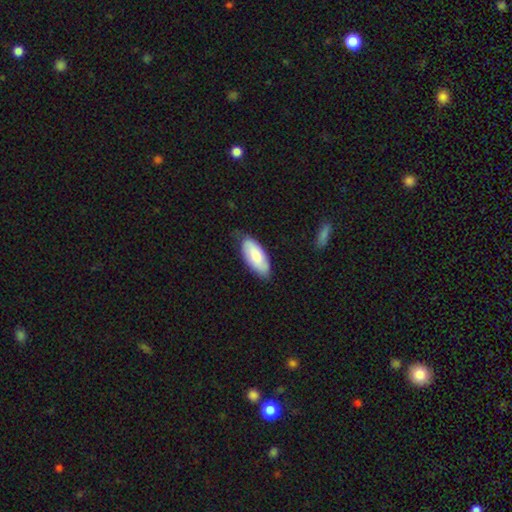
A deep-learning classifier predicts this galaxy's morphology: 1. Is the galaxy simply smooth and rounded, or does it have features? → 75% smooth, 20% featured or disk, 5% star or artifact.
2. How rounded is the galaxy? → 87% in between, 11% cigar-shaped, 2% round.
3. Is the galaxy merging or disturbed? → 72% none, 23% minor disturbance, 4% major disturbance, 1% merger.